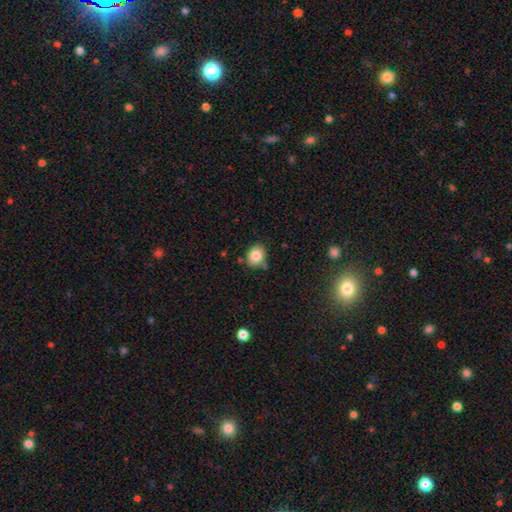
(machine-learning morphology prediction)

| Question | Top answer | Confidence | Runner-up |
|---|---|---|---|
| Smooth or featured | smooth | 83% | star or artifact (10%) |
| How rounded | round | 56% | in between (43%) |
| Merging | none | 75% | minor disturbance (15%) |